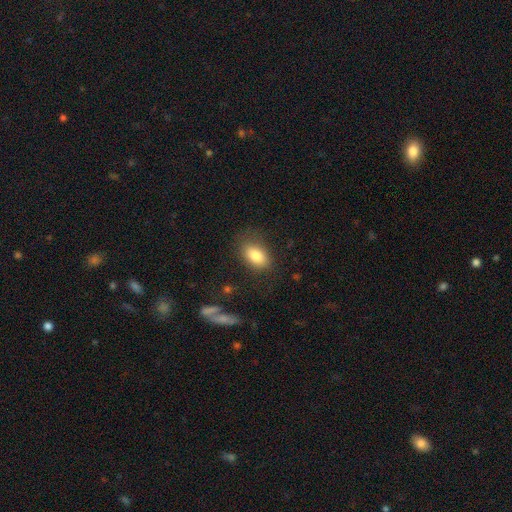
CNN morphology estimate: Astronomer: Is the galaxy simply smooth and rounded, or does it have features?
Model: smooth — 82%.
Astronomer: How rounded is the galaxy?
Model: in between — 89%.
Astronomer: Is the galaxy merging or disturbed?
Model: none — 77%.